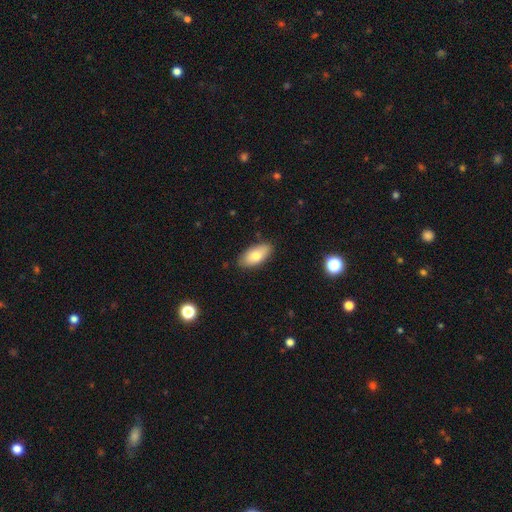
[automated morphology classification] Q: Smooth or featured?
A: smooth (78%); runner-up: featured or disk (16%)
Q: How rounded?
A: in between (91%); runner-up: cigar-shaped (6%)
Q: Merging?
A: none (86%); runner-up: minor disturbance (10%)